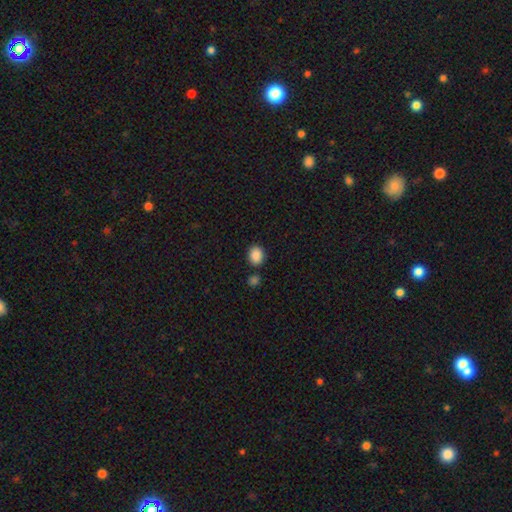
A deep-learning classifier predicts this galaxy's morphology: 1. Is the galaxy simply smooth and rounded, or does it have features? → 88% smooth, 9% star or artifact, 3% featured or disk.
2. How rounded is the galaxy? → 53% round, 46% in between, 1% cigar-shaped.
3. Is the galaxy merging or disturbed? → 81% none, 10% minor disturbance, 7% merger, 3% major disturbance.